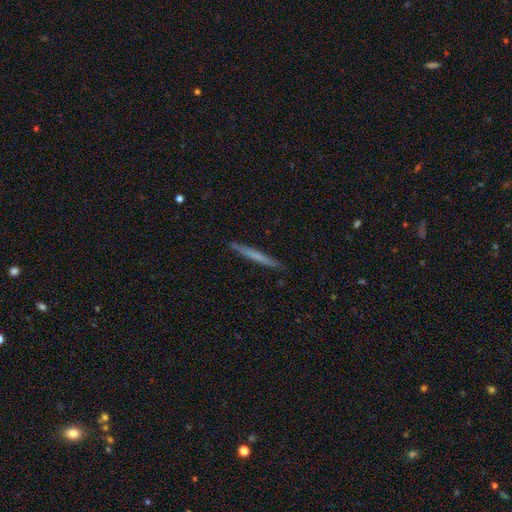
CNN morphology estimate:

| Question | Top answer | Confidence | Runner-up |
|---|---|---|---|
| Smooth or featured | smooth | 59% | featured or disk (35%) |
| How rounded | cigar-shaped | 97% | in between (2%) |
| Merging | none | 91% | minor disturbance (7%) |